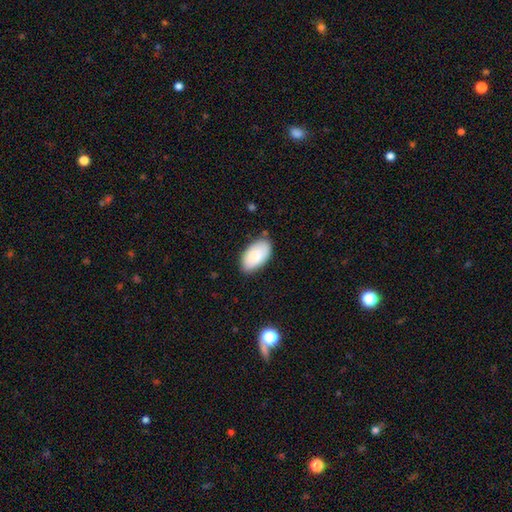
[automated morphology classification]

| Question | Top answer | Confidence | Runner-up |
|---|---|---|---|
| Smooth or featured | smooth | 82% | featured or disk (12%) |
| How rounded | in between | 96% | round (3%) |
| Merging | none | 80% | minor disturbance (15%) |